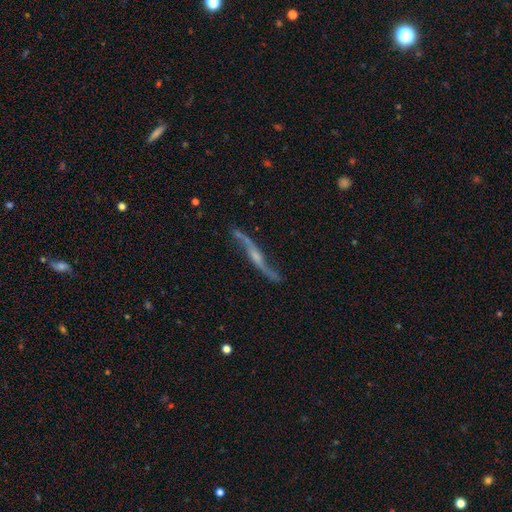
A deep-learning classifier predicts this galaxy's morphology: This appears to be a featured or disk galaxy (87%) viewed edge-on (55%). Merging: none (75%).